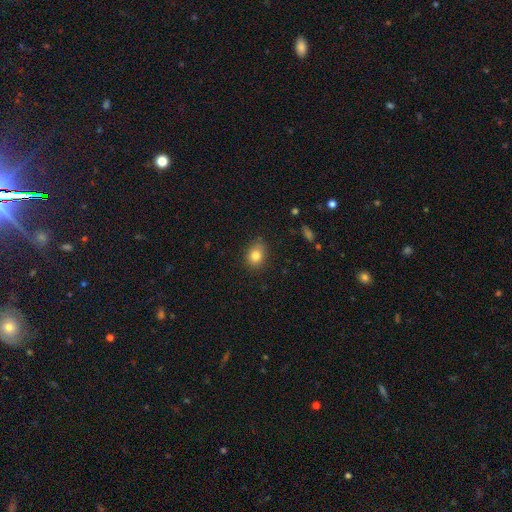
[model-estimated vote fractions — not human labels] Morphology: type=smooth (82%); roundness=in between (52%); merging=none (82%).